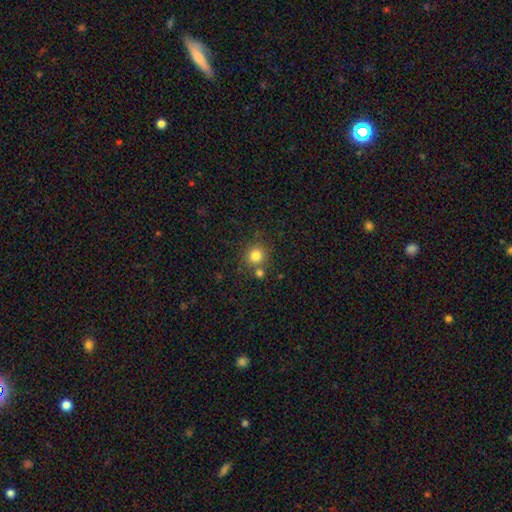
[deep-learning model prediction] Overall: smooth (81%). How rounded: round (90%). Merging: none (73%).